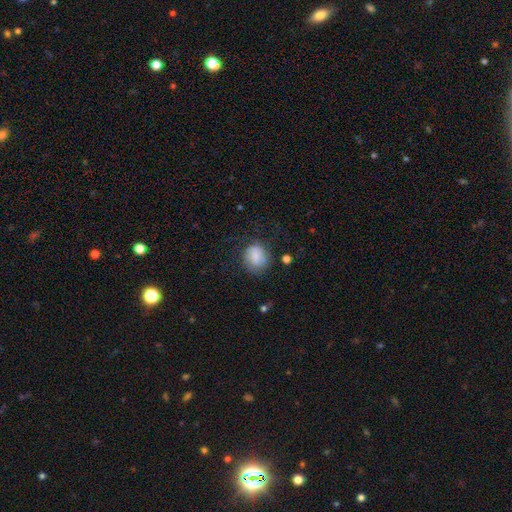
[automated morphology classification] type=smooth (77%); roundness=round (65%); merging=none (61%).